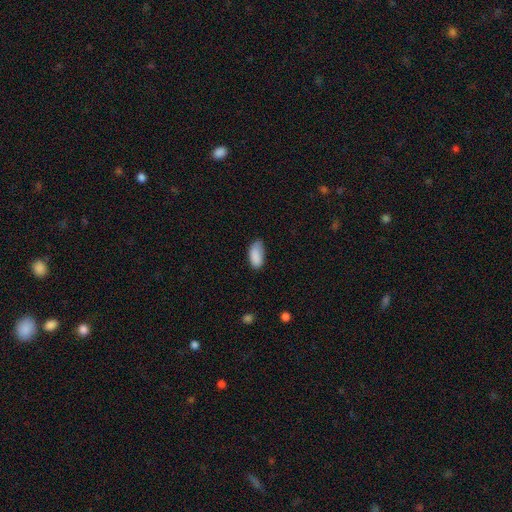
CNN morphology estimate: smooth_or_featured: smooth (p=0.88) [alt: star or artifact p=0.07]
how_rounded: in between (p=0.92) [alt: cigar-shaped p=0.06]
merging: none (p=0.63) [alt: minor disturbance p=0.30]